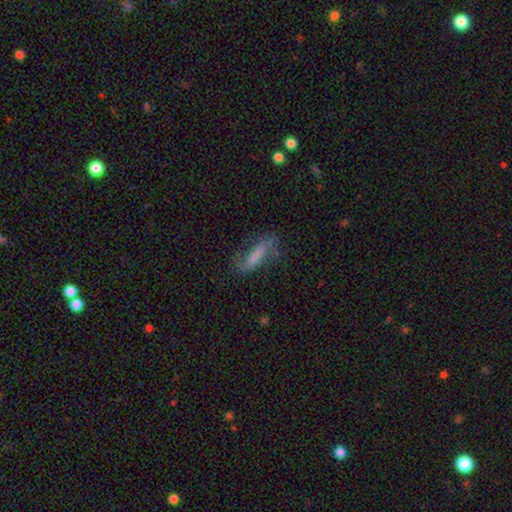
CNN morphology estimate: featured or disk 52%, smooth 37%, star or artifact 10%. Down the decision tree: edge-on disk — no (80%); merging — none (61%).